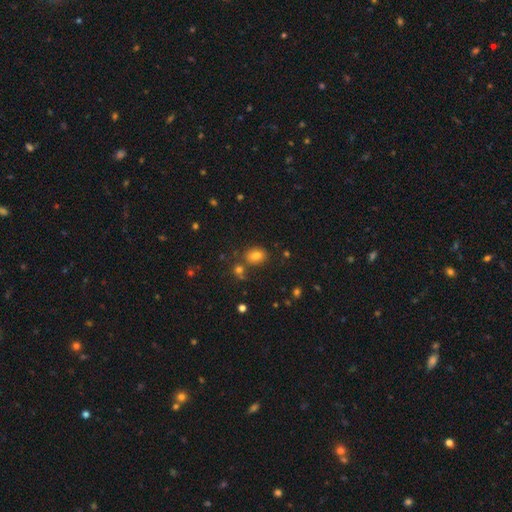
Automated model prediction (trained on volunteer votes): This appears to be a smooth galaxy with no disk features (78%) that is in between round and cigar-shaped (74%). Merging: none (69%).